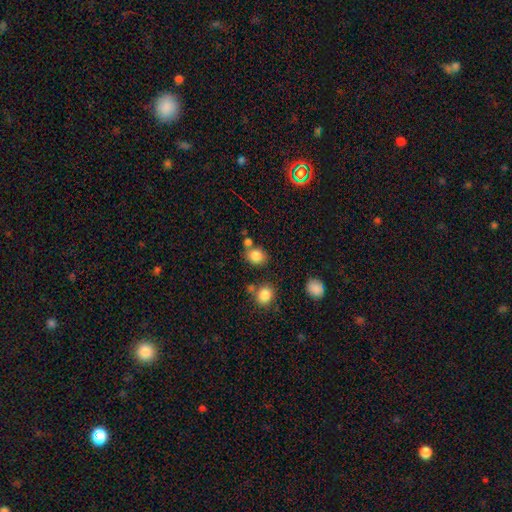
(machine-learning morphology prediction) smooth_or_featured: smooth (p=0.83) [alt: star or artifact p=0.11]
how_rounded: round (p=0.67) [alt: in between p=0.32]
merging: none (p=0.65) [alt: merger p=0.18]